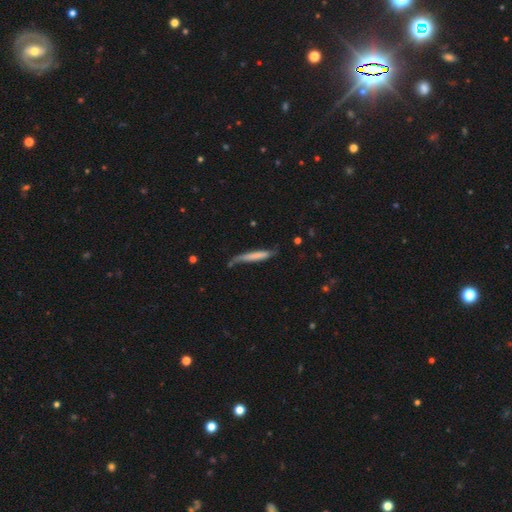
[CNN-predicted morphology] Smooth or featured?
  - smooth: 67% *
  - featured or disk: 27%
  - star or artifact: 6%
How rounded?
  - cigar-shaped: 93% *
  - in between: 5%
  - round: 1%
Merging?
  - none: 55% *
  - minor disturbance: 30%
  - major disturbance: 10%
  - merger: 5%